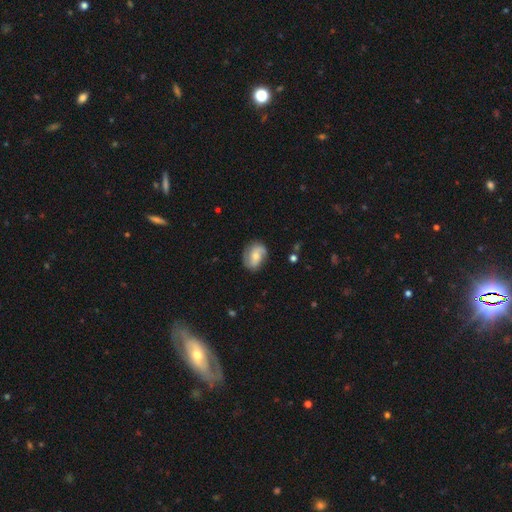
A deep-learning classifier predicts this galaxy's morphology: The model was most divided on "bulge size": moderate: 51%, small: 41%, large: 4%, none: 3%, dominant: 1%. Remaining: edge-on disk — no (97%); spiral arms — yes (90%); spiral arm count — 2 (79%); merging — none (76%); smooth or featured — featured or disk (65%); bar — no (53%); spiral winding — medium (41%).